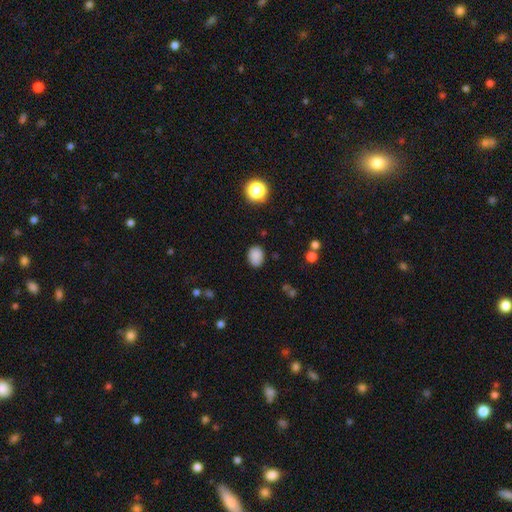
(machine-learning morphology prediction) This appears to be a smooth galaxy with no disk features (85%) that is in between round and cigar-shaped (65%). Merging: none (83%).